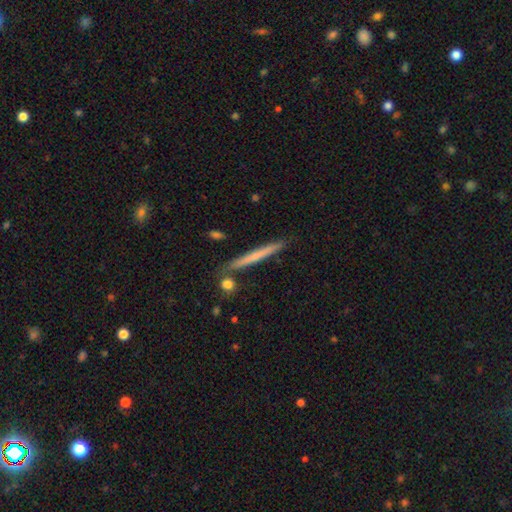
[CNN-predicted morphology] A smooth galaxy with no disk features (51%) that is cigar-shaped (96%). Merging: none (86%).